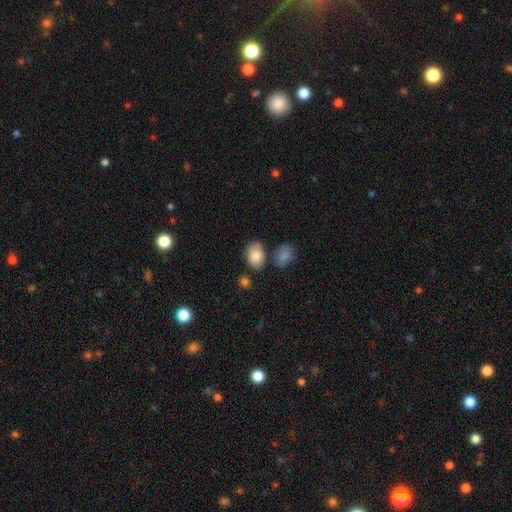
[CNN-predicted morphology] This is clearly a smooth galaxy (84%). How rounded: clearly in between (85%). Merging: likely none (70%).